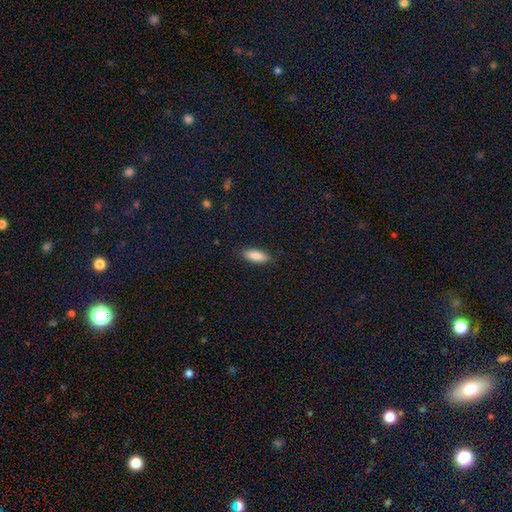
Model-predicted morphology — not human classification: The model was most divided on "how rounded": in between: 60%, cigar-shaped: 38%, round: 2%. More confident: merging — none (87%); smooth or featured — smooth (85%).